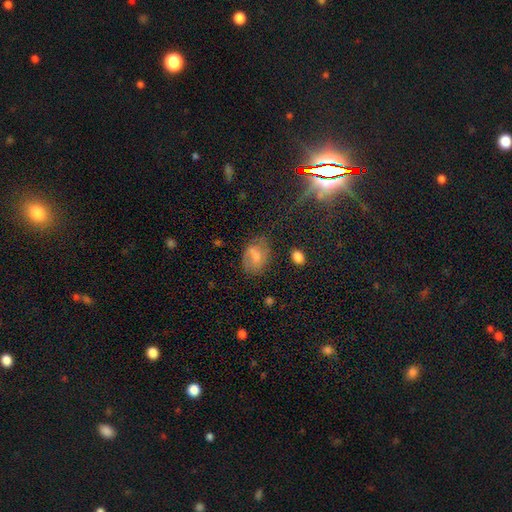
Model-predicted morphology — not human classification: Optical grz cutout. It shows a smooth galaxy with no disk features (60%) that is in between round and cigar-shaped (74%). Merging: none (57%).